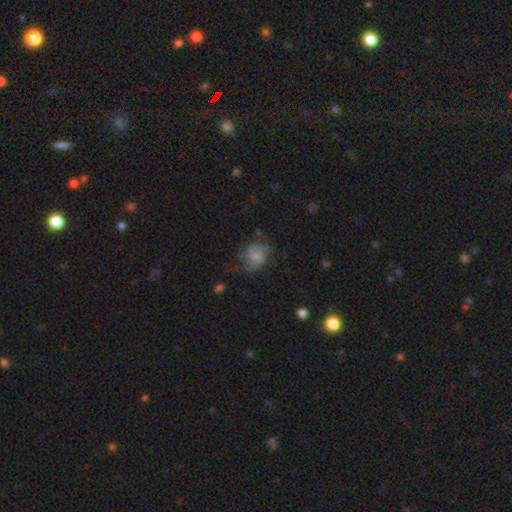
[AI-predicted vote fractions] The model was most divided on "smooth or featured" (2-way tie): smooth: 45%, featured or disk: 45%, star or artifact: 10%. Remaining: merging — none (48%).